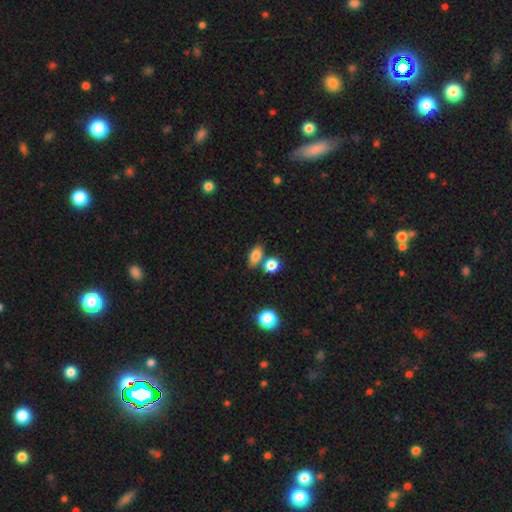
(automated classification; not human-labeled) Overall: smooth (81%). How rounded: in between (75%). Merging: none (65%).